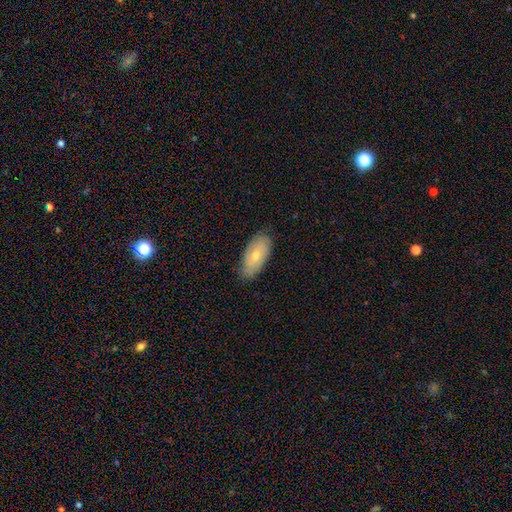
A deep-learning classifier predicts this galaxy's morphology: Overall: smooth (66%; featured or disk 28%). How rounded: in between (91%). Merging: none (78%).